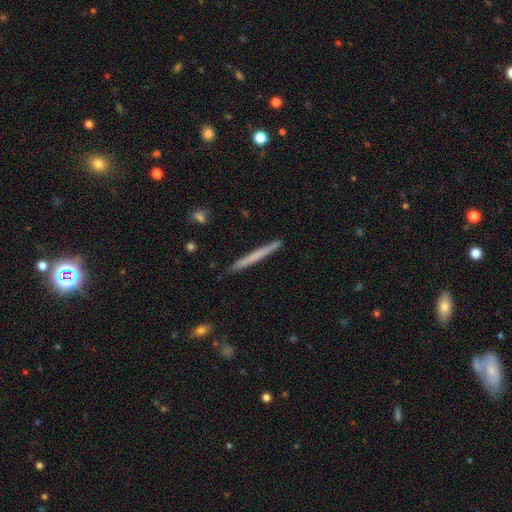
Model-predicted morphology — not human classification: Smooth or featured? smooth (55%)
How rounded? cigar-shaped (97%)
Merging? none (91%)